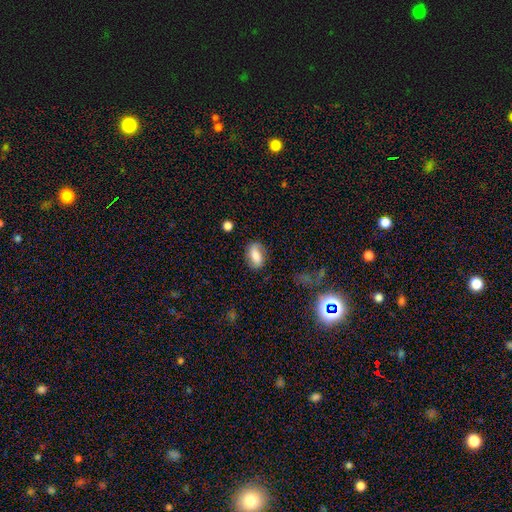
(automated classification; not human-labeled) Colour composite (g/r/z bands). It shows a smooth galaxy with no disk features (66%) that is in between round and cigar-shaped (86%). Merging: none (77%).